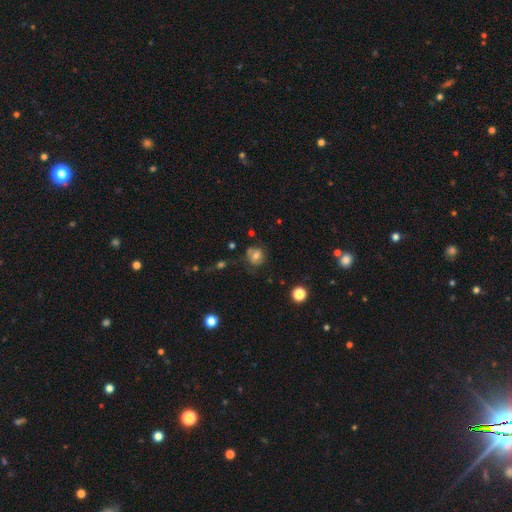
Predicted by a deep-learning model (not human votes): Q: Smooth or featured?
A: smooth (65%); runner-up: featured or disk (20%)
Q: How rounded?
A: round (78%); runner-up: in between (21%)
Q: Merging?
A: none (66%); runner-up: minor disturbance (20%)